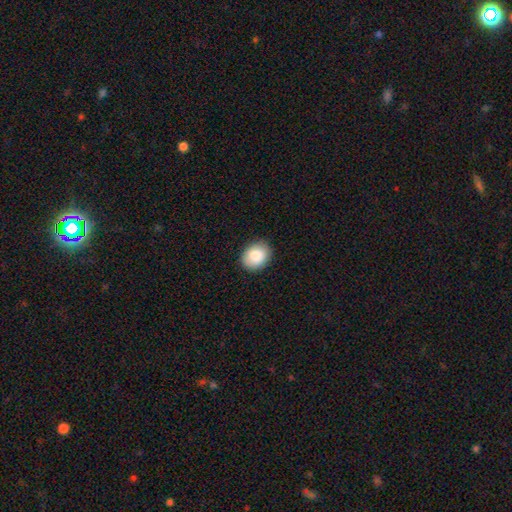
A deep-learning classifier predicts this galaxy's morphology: Smooth or featured? smooth (85%)
How rounded? in between (54%)
Merging? none (88%)